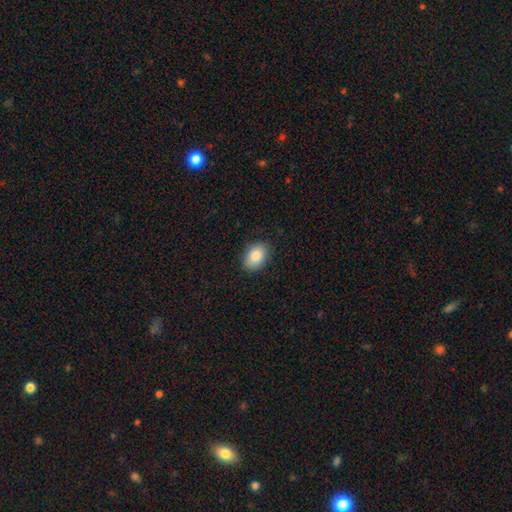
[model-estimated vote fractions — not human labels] The model was most divided on "how rounded": in between: 83%, round: 16%, cigar-shaped: 1%. More confident: smooth or featured — smooth (86%); merging — none (84%).